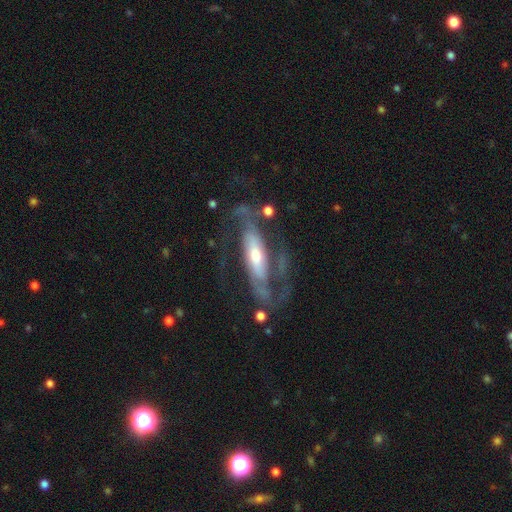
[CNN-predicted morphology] smooth-or-featured: featured or disk: 85% | smooth: 10% | star or artifact: 5%
  disk-edge-on: no: 85% | yes: 15%
    bar: strong: 43% | no: 32% | weak: 25%
    has-spiral-arms: yes: 89% | no: 11%
      spiral-winding: medium: 46% | tight: 32% | loose: 22%
      spiral-arm-count: 2: 77% | can't tell: 12% | 1: 4% | 3: 4% | 4: 2% | more than 4: 2%
    bulge-size: moderate: 46% | small: 43% | large: 8% | dominant: 2% | none: 2%
  merging: none: 60% | major disturbance: 20% | minor disturbance: 17% | merger: 3%